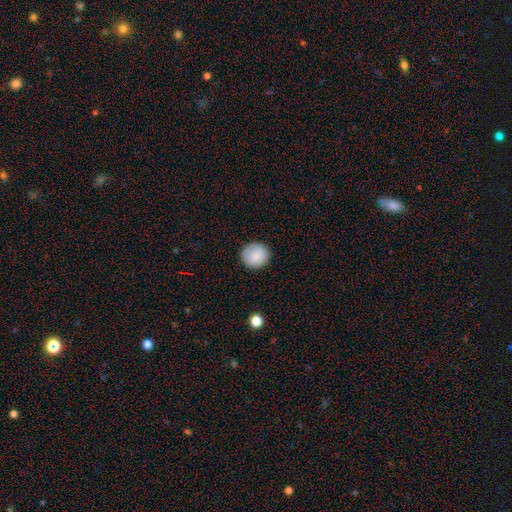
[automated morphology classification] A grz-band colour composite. It shows a smooth galaxy with no disk features (86%) that is round (90%). Merging: none (89%).